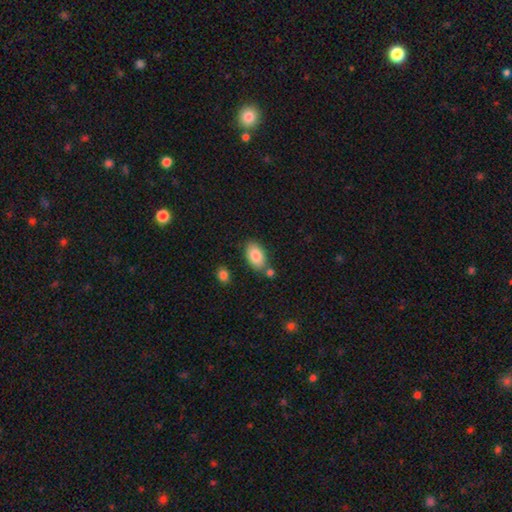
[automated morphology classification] This appears to be a smooth galaxy with no disk features (84%) that is in between round and cigar-shaped (93%). Merging: none (74%).